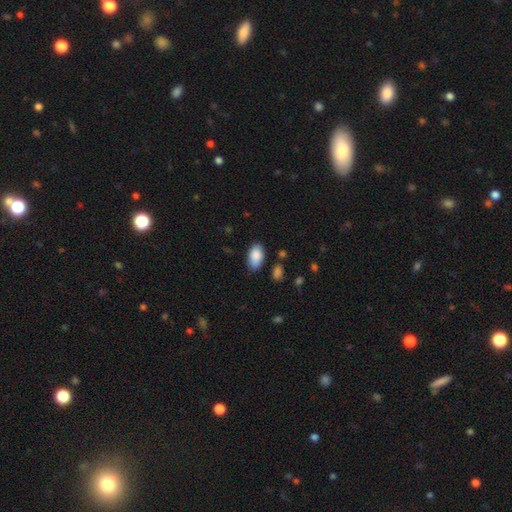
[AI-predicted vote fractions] Overall: smooth (88%). How rounded: in between (94%). Merging: none (77%).